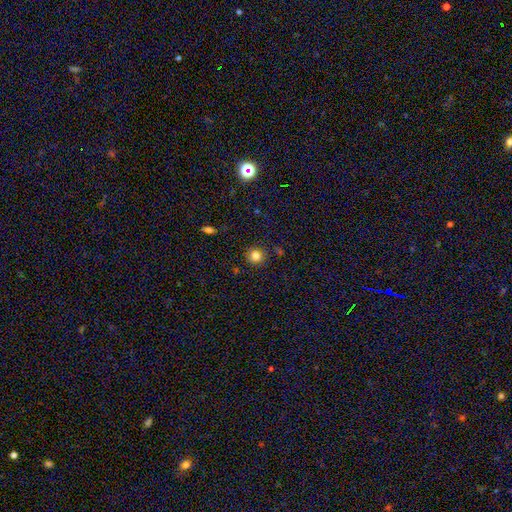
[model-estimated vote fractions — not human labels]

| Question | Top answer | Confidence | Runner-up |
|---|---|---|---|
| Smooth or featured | smooth | 83% | star or artifact (12%) |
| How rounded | round | 91% | in between (8%) |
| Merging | none | 88% | minor disturbance (8%) |